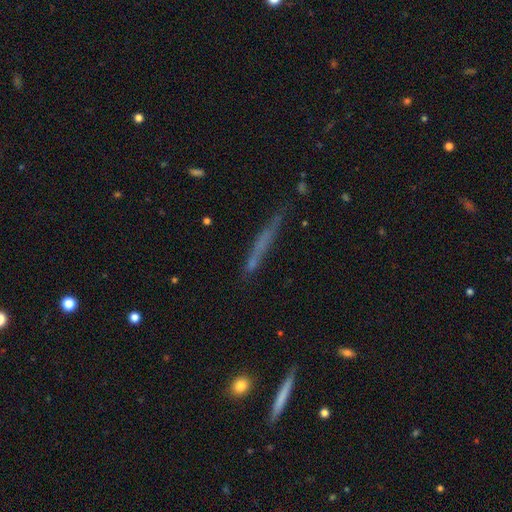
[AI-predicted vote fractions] Q: Smooth or featured?
A: smooth (50%); runner-up: featured or disk (39%)
Q: Merging?
A: none (71%); runner-up: minor disturbance (19%)